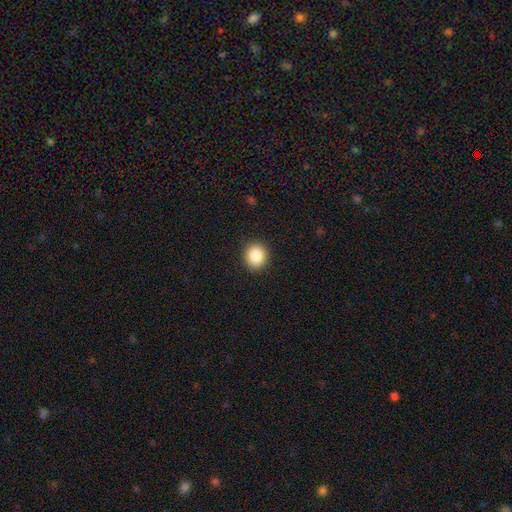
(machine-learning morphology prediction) smooth-or-featured: smooth: 86% | star or artifact: 9% | featured or disk: 5%
  how-rounded: round: 79% | in between: 20% | cigar-shaped: 1%
  merging: none: 91% | minor disturbance: 6% | major disturbance: 2% | merger: 1%